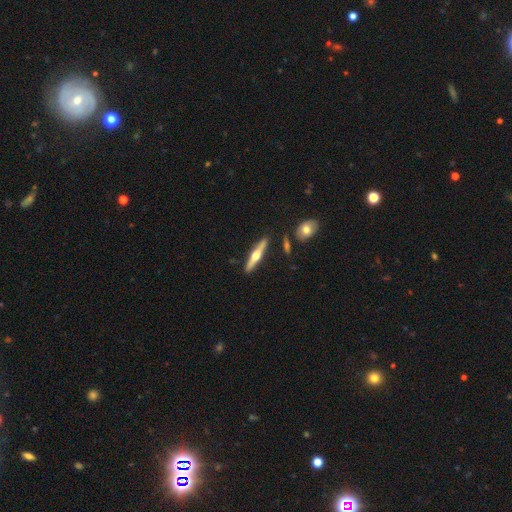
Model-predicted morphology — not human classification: A featured or disk galaxy (65%) viewed edge-on (96%) with a rounded central bulge (93%). Merging: none (87%).